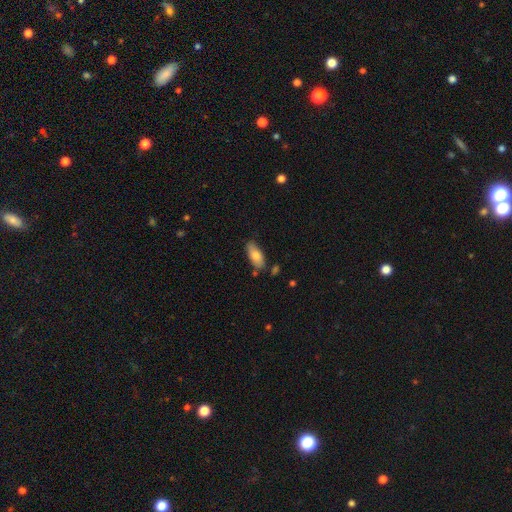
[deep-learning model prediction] The model was most divided on "merging": none: 74%, minor disturbance: 18%, merger: 5%, major disturbance: 3%. More confident: how rounded — in between (86%); smooth or featured — smooth (79%).